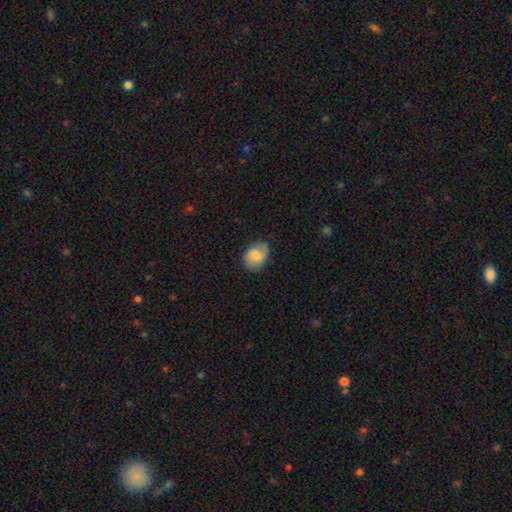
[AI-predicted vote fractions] The model was most divided on "smooth or featured": smooth: 49%, featured or disk: 44%, star or artifact: 8%. More confident: merging — none (72%).